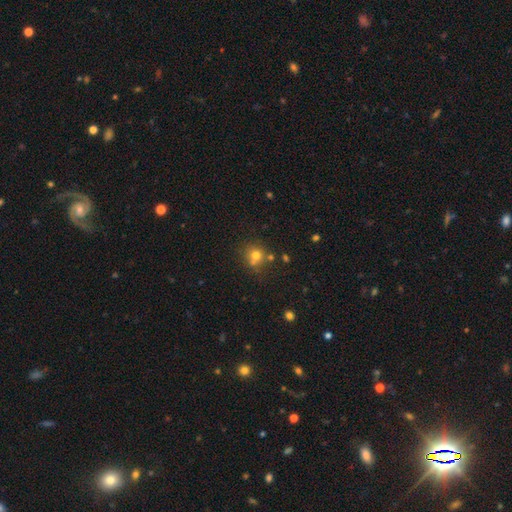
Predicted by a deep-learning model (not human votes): smooth_or_featured: smooth (p=0.72) [alt: star or artifact p=0.17]
how_rounded: round (p=0.85) [alt: in between p=0.14]
merging: none (p=0.63) [alt: merger p=0.20]